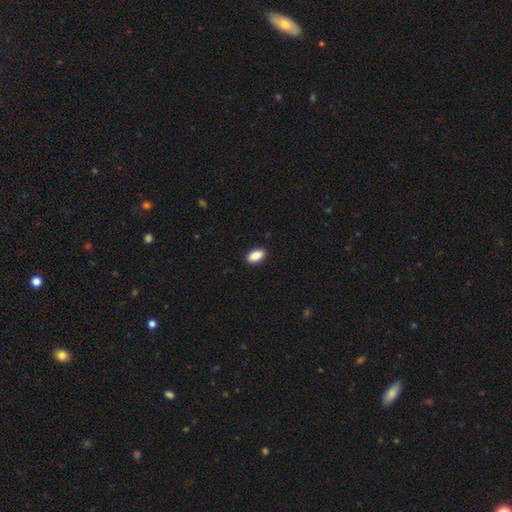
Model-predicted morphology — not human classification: type=smooth (89%); roundness=in between (93%); merging=none (91%).